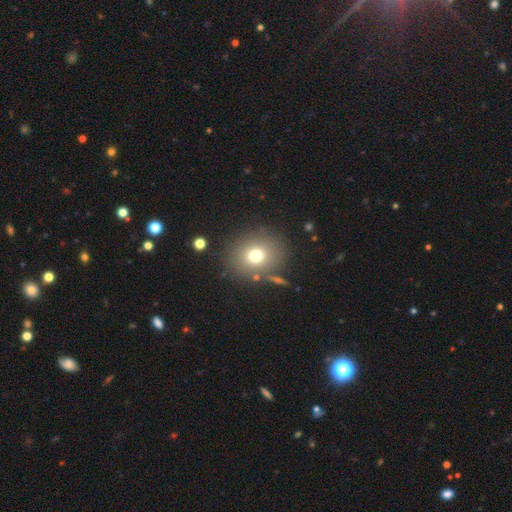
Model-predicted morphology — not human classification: type=smooth (72%); roundness=round (74%); merging=none (80%).